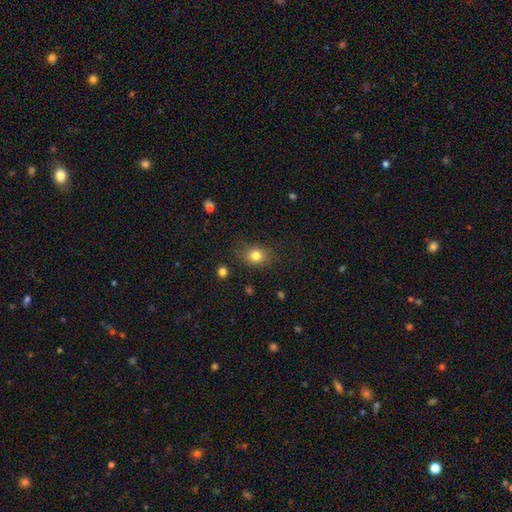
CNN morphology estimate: Smooth or featured: smooth — 81% (star or artifact — 11%)
How rounded: round — 51% (in between — 48%)
Merging: none — 80% (minor disturbance — 14%)